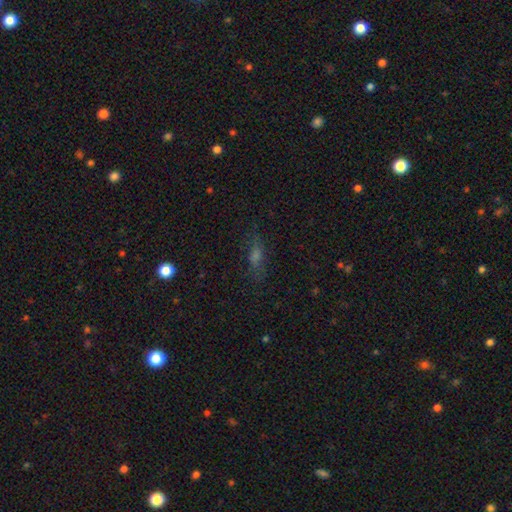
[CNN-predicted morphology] smooth-or-featured: smooth: 44% | featured or disk: 29% | star or artifact: 27%
  merging: none: 75% | minor disturbance: 15% | major disturbance: 8% | merger: 2%